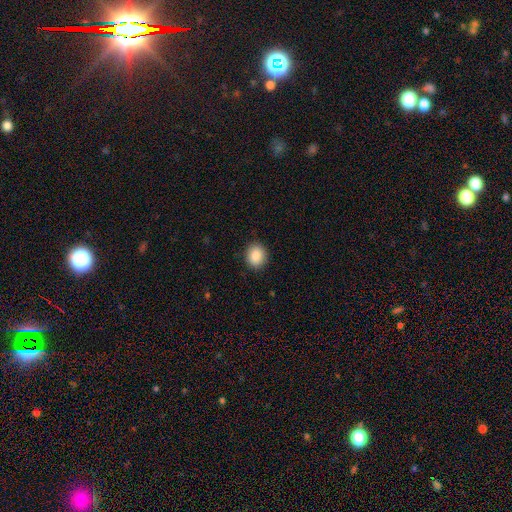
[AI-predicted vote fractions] A smooth galaxy with no disk features (88%) that is round (65%).

Vote fractions:
- Smooth or featured? smooth: 88% / star or artifact: 8% / featured or disk: 4%
- How rounded? round: 65% / in between: 34% / cigar-shaped: 1%
- Merging? none: 90% / minor disturbance: 7% / major disturbance: 2% / merger: 1%